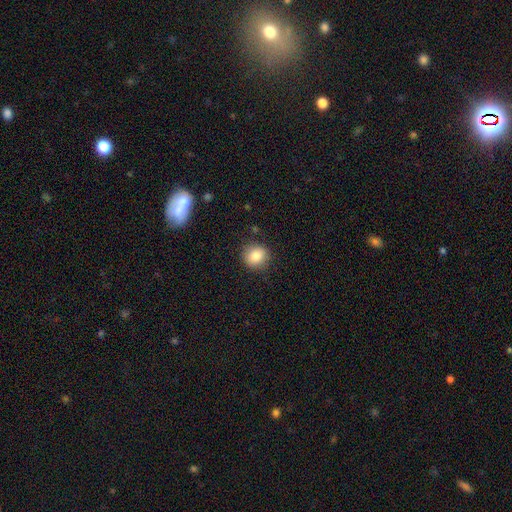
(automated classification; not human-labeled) Overall: smooth (85%). How rounded: round (84%). Merging: none (85%).